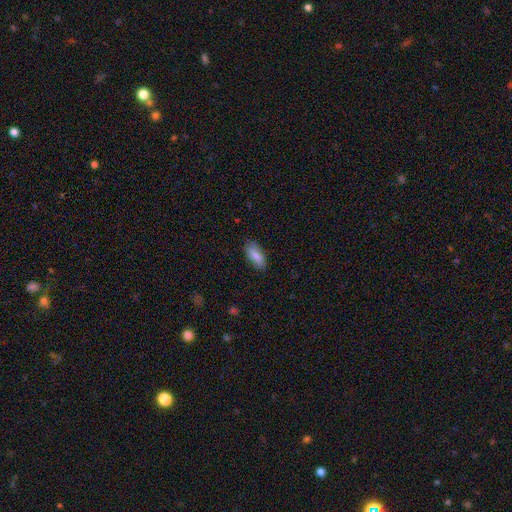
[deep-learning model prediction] smooth-or-featured: smooth: 81% | featured or disk: 13% | star or artifact: 7%
  how-rounded: in between: 82% | cigar-shaped: 16% | round: 2%
  merging: none: 80% | minor disturbance: 16% | major disturbance: 3% | merger: 1%